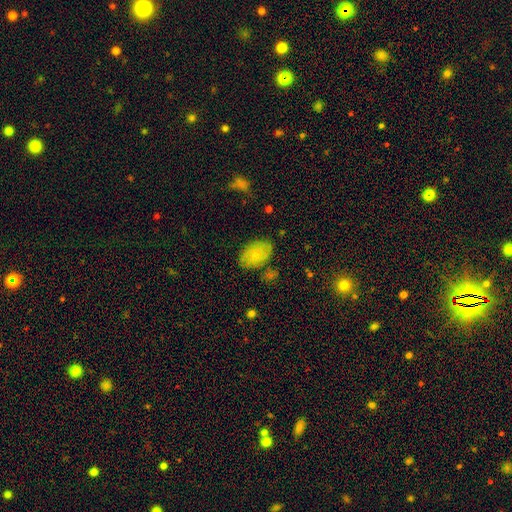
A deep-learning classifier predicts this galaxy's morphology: This is likely a smooth galaxy (71%). How rounded: clearly in between (87%). Merging: likely none (75%).